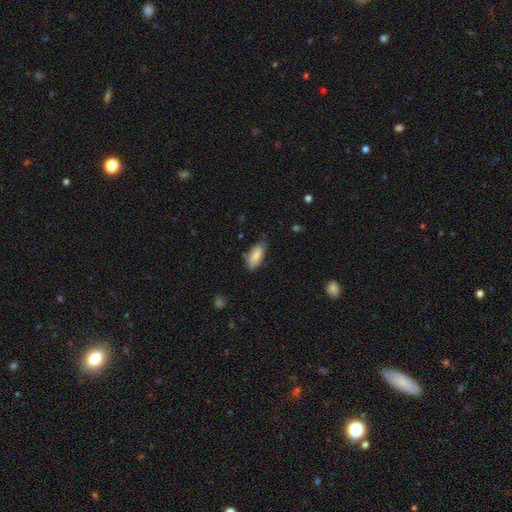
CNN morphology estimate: Q: Smooth or featured?
A: smooth (84%); runner-up: featured or disk (9%)
Q: How rounded?
A: in between (84%); runner-up: cigar-shaped (14%)
Q: Merging?
A: none (74%); runner-up: minor disturbance (21%)